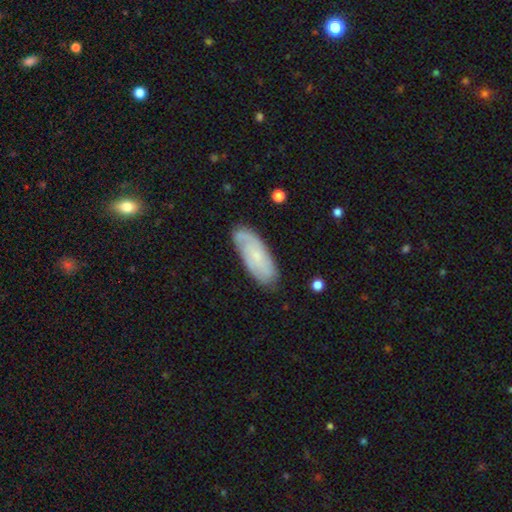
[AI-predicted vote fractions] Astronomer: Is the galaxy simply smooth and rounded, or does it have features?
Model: featured or disk — 58% (runner-up: smooth, 35%).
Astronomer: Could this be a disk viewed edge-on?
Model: no — 89%.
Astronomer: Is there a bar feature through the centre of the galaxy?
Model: no — 69%.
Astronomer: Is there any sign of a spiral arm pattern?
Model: yes — 89%.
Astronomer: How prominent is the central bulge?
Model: small — 66%.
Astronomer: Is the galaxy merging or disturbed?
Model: none — 77%.